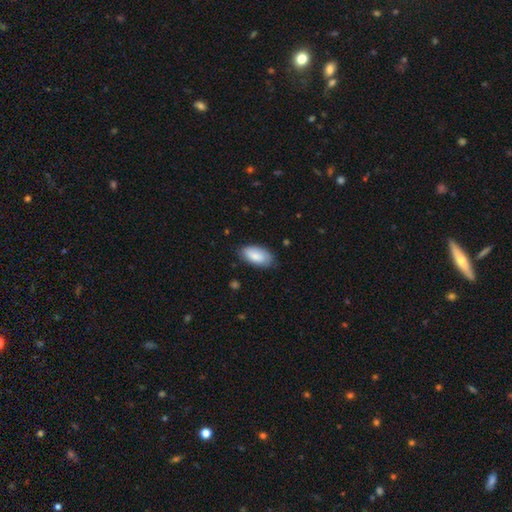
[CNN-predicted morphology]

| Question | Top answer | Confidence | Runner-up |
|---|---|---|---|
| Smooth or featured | smooth | 83% | featured or disk (11%) |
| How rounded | in between | 94% | cigar-shaped (4%) |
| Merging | none | 77% | minor disturbance (19%) |